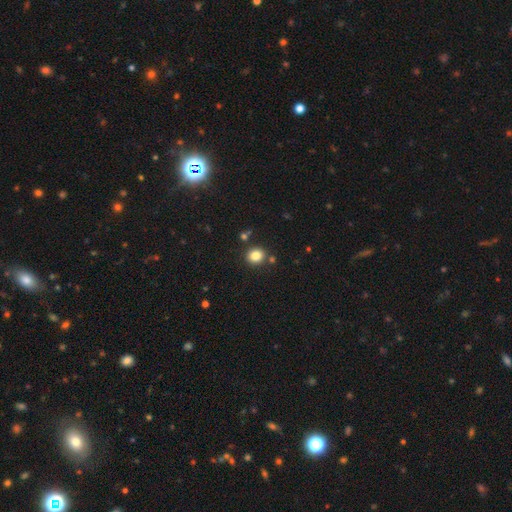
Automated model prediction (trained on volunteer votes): Smooth or featured? Predicted: smooth (p=0.83). How rounded? Predicted: round (p=0.75). Merging? Predicted: none (p=0.83).